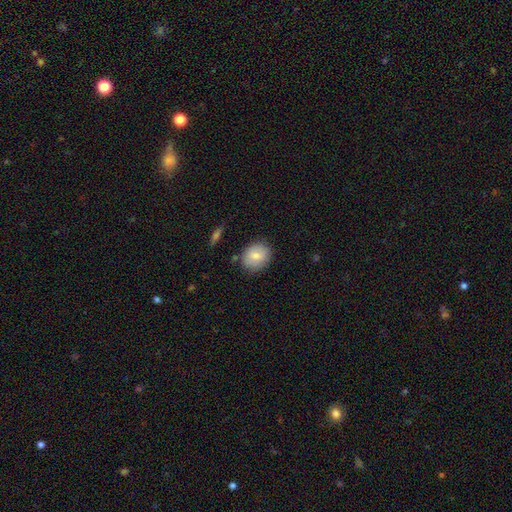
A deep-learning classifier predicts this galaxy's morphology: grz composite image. It shows a smooth galaxy with no disk features (79%) that is round (64%). Merging: none (81%).